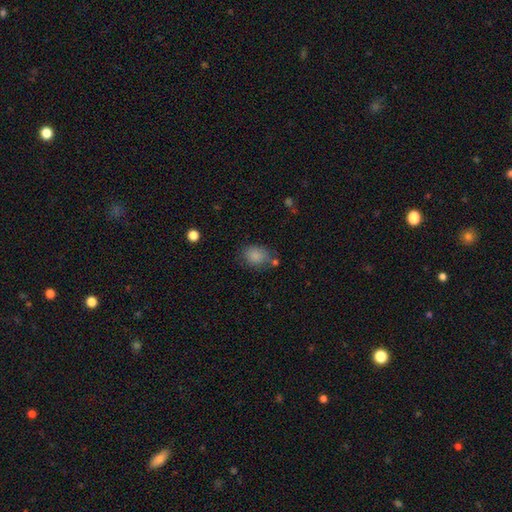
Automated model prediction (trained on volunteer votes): This is clearly a smooth galaxy (84%). How rounded: possibly in between (56%). Merging: likely none (61%).